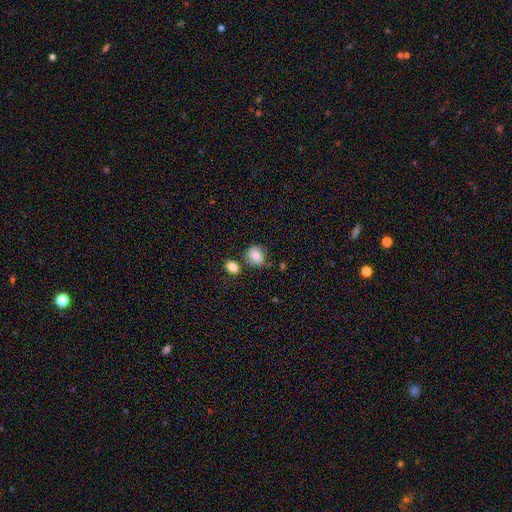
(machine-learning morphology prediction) Overall: smooth (80%). How rounded: round (51%; in between 47%). Merging: none (68%).